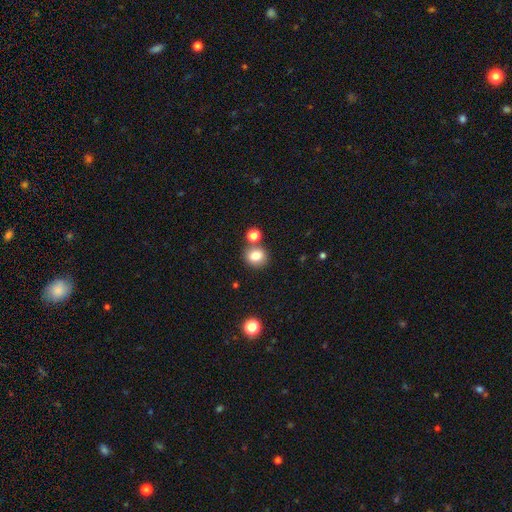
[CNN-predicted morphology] smooth 80%, star or artifact 12%, featured or disk 8%. Down the decision tree: how rounded — round (80%); merging — none (74%).